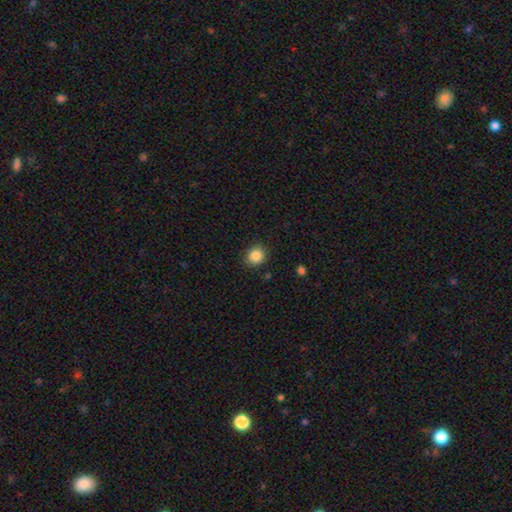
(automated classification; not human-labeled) smooth-or-featured: smooth: 86% | star or artifact: 10% | featured or disk: 4%
  how-rounded: round: 80% | in between: 19% | cigar-shaped: 1%
  merging: none: 88% | minor disturbance: 8% | major disturbance: 2% | merger: 1%